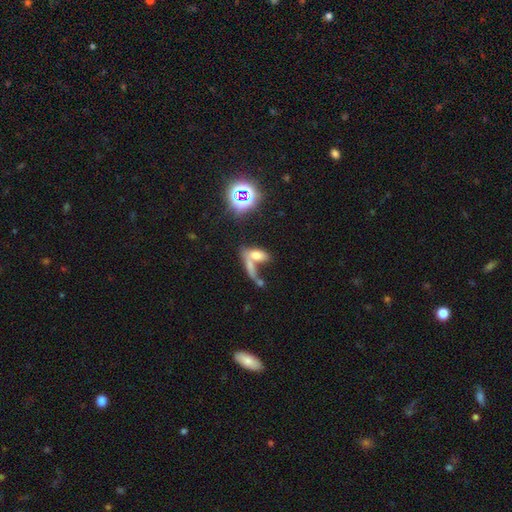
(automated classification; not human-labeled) A smooth galaxy with no disk features (63%) that is in between round and cigar-shaped (73%). Merging: merger (50%).